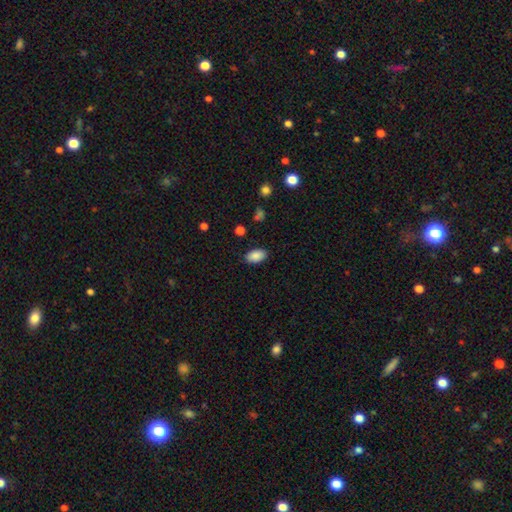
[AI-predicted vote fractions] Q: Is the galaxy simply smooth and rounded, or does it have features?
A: smooth — 88%.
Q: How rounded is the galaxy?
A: in between — 93%.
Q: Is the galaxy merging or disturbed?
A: none — 87%.